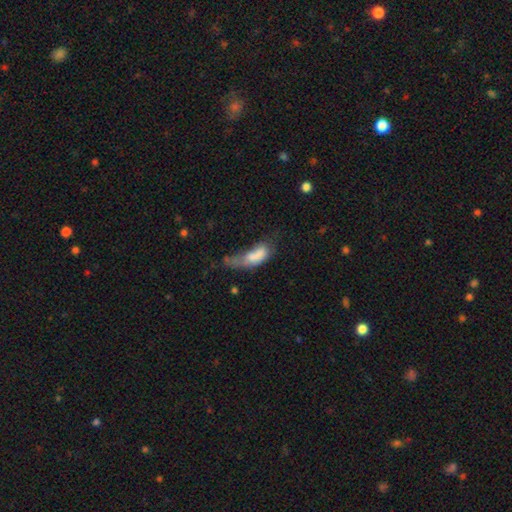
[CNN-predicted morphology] Smooth or featured?
  - smooth: 65% *
  - featured or disk: 25%
  - star or artifact: 10%
How rounded?
  - in between: 74% *
  - cigar-shaped: 21%
  - round: 5%
Merging?
  - major disturbance: 42% *
  - merger: 24%
  - minor disturbance: 19%
  - none: 15%